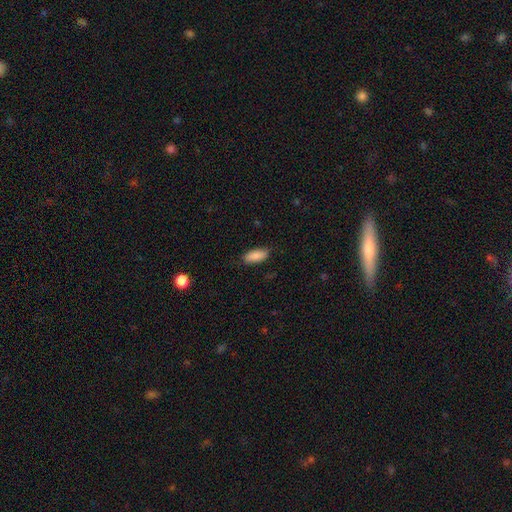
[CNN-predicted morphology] The model was most divided on "how rounded": in between: 85%, cigar-shaped: 13%, round: 2%. More confident: smooth or featured — smooth (88%); merging — none (84%).